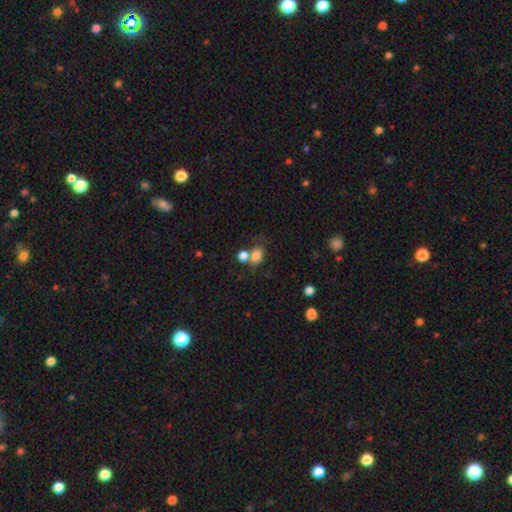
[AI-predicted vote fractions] smooth-or-featured: smooth: 80% | star or artifact: 12% | featured or disk: 8%
  how-rounded: in between: 62% | round: 37% | cigar-shaped: 1%
  merging: none: 45% | merger: 35% | minor disturbance: 13% | major disturbance: 7%